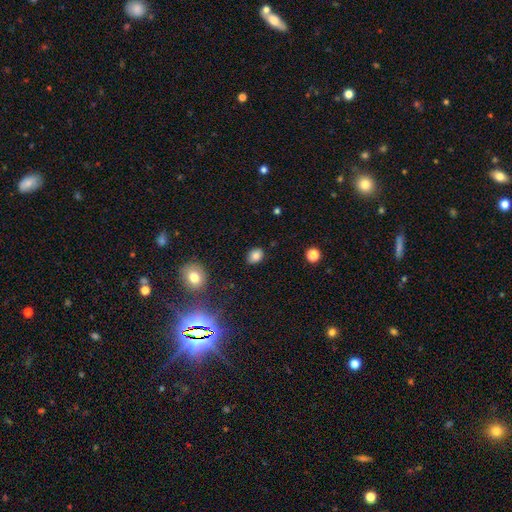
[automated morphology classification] Smooth or featured? smooth (81%)
How rounded? in between (62%)
Merging? none (84%)